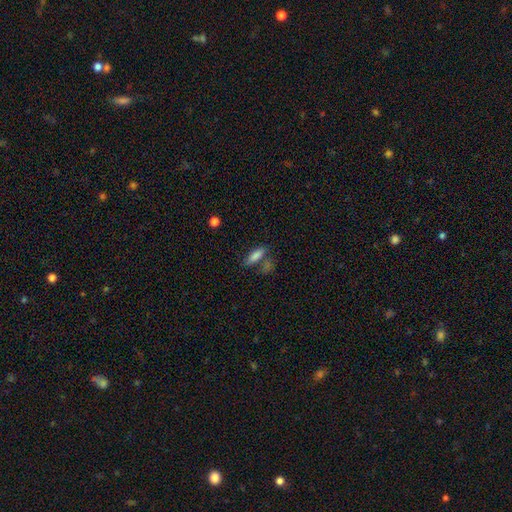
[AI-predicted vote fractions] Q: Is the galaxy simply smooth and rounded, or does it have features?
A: smooth — 78%.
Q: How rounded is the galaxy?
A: in between — 53%.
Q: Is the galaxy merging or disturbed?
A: none — 53%.